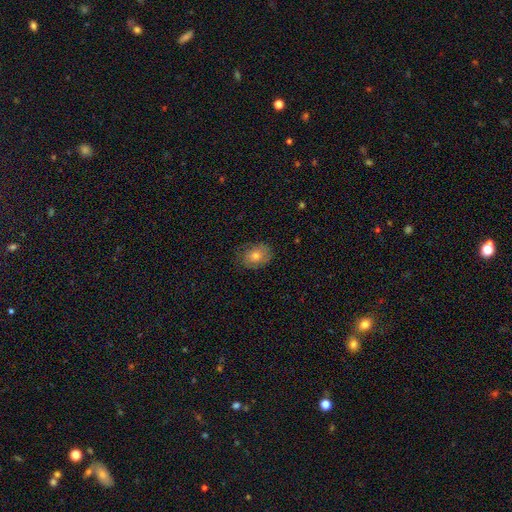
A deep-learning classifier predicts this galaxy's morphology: smooth 62%, featured or disk 28%, star or artifact 10%. Down the decision tree: how rounded — in between (64%); merging — none (77%).